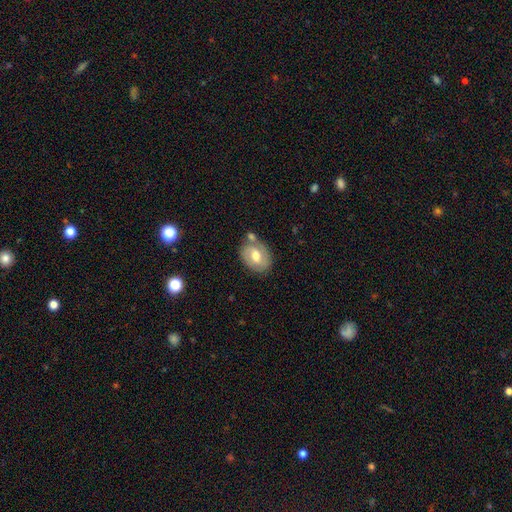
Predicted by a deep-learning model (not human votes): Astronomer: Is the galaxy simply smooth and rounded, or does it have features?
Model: featured or disk — 53% (runner-up: smooth, 41%).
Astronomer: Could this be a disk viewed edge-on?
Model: no — 95%.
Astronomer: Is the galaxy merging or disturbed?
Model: none — 61%.